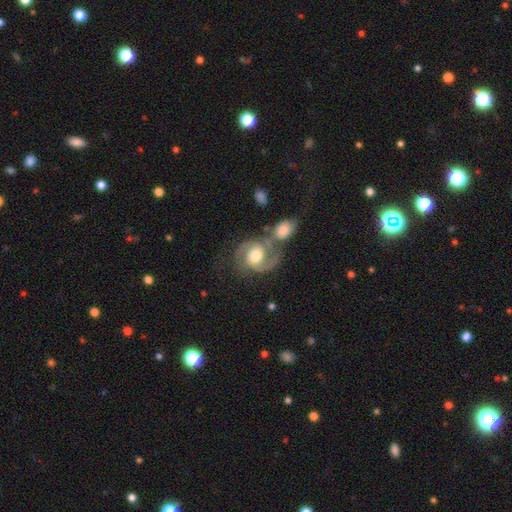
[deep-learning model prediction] Smooth or featured: featured or disk — 85% (smooth — 10%)
Edge-on disk: no — 98% (yes — 2%)
Bar: no — 54% (weak — 37%)
Spiral arms: yes — 96% (no — 4%)
Spiral winding: medium — 56% (tight — 29%)
Spiral arm count: 2 — 88% (can't tell — 4%)
Bulge size: moderate — 69% (large — 19%)
Merging: none — 40% (merger — 34%)